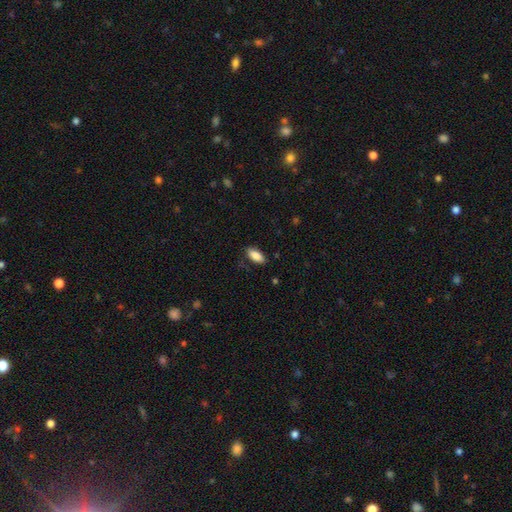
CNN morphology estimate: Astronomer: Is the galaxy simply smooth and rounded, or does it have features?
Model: smooth — 87%.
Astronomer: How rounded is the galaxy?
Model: in between — 87%.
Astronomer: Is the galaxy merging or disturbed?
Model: none — 83%.